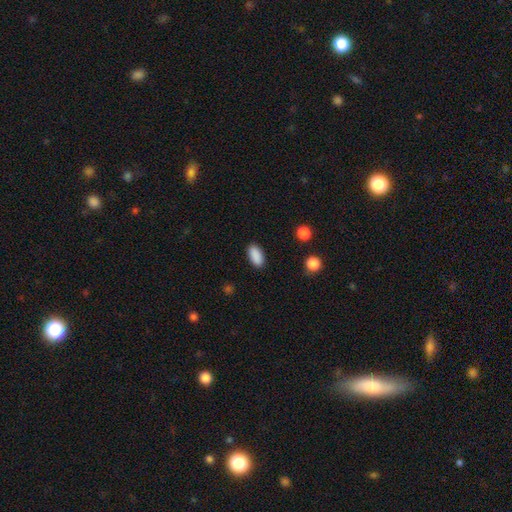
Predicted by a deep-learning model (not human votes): Smooth or featured? smooth (90%)
How rounded? in between (92%)
Merging? none (89%)